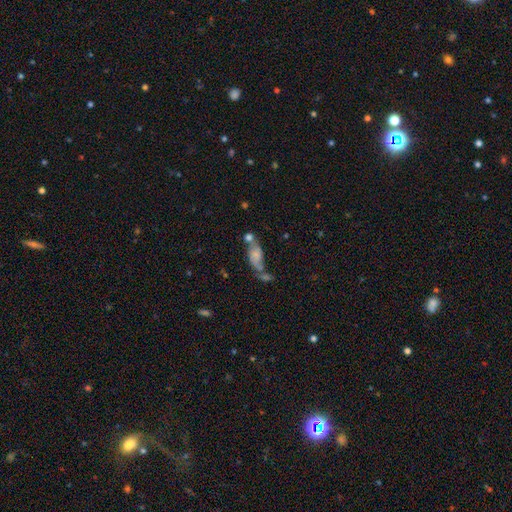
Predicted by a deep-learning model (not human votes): This is possibly a smooth galaxy (57%). How rounded: clearly in between (81%). Merging: marginally merger (38%).